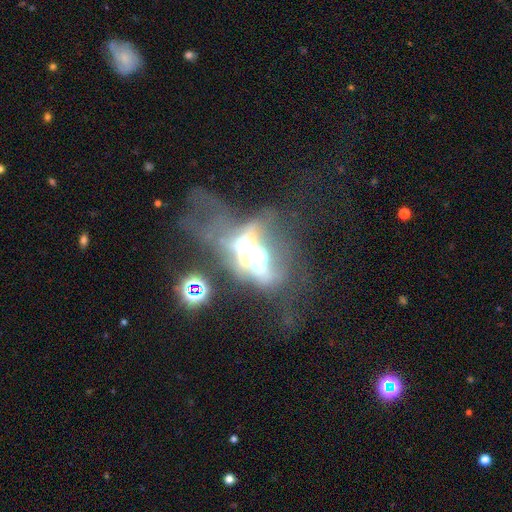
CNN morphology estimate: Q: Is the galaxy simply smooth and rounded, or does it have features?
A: featured or disk — 57%.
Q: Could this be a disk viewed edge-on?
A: no — 85%.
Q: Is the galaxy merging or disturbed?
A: merger — 46%.